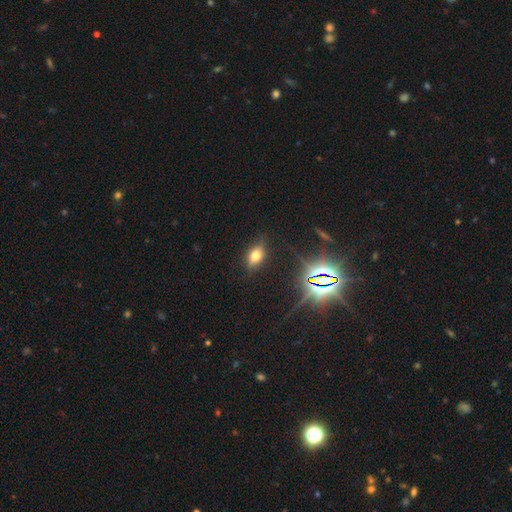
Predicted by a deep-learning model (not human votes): Smooth or featured? smooth (57%)
How rounded? in between (80%)
Merging? none (81%)